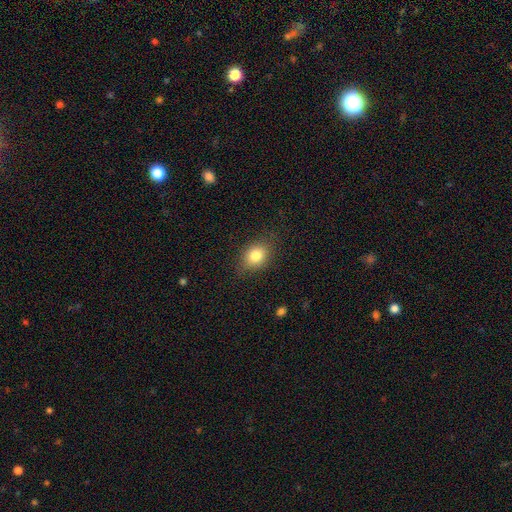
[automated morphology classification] type=smooth (81%); roundness=in between (59%); merging=none (82%).